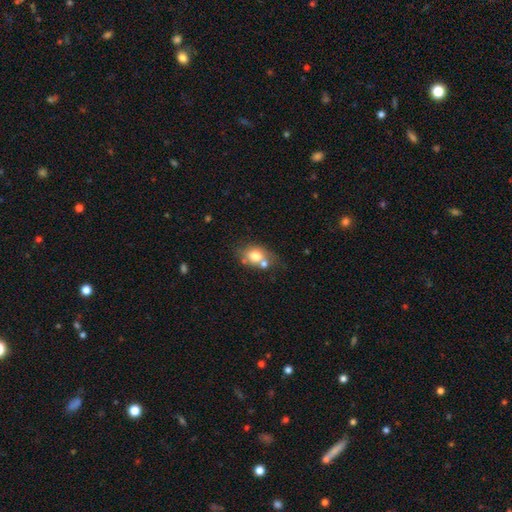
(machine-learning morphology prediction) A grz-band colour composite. It shows a smooth galaxy with no disk features (71%) that is in between round and cigar-shaped (61%). Merging: none (45%).